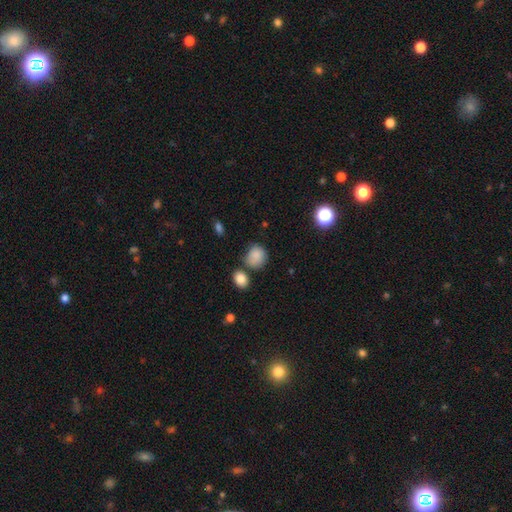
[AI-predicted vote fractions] Smooth or featured? smooth (85%)
How rounded? round (75%)
Merging? none (62%)